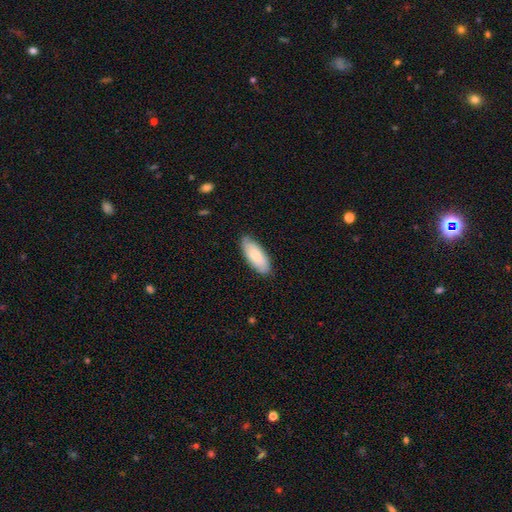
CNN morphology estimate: Smooth or featured: smooth — 75% (featured or disk — 20%)
How rounded: in between — 83% (cigar-shaped — 16%)
Merging: none — 83% (minor disturbance — 13%)